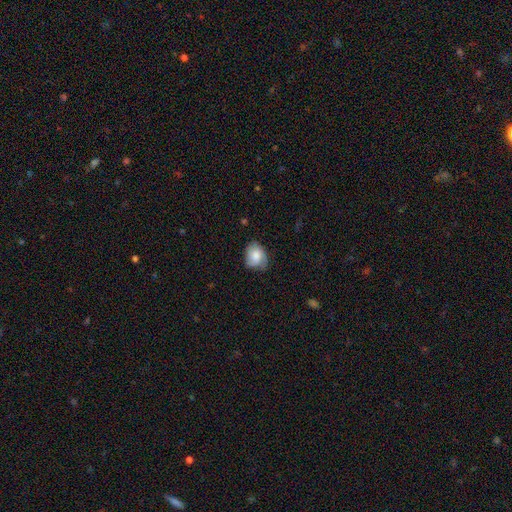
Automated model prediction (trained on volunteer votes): smooth 64%, featured or disk 29%, star or artifact 8%. Down the decision tree: how rounded — in between (56%); merging — none (57%).